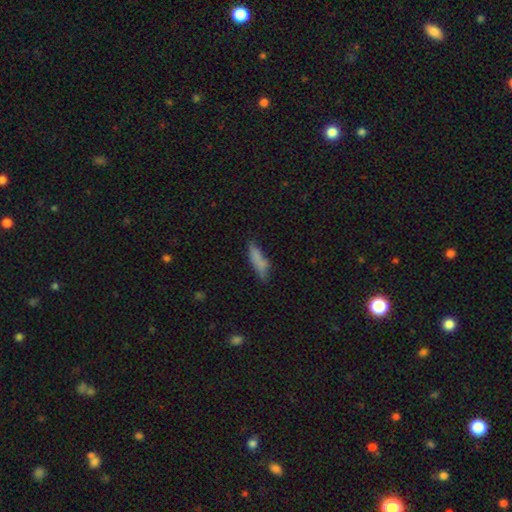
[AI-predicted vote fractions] smooth 76%, featured or disk 15%, star or artifact 9%. Down the decision tree: how rounded — cigar-shaped (69%); merging — none (62%).